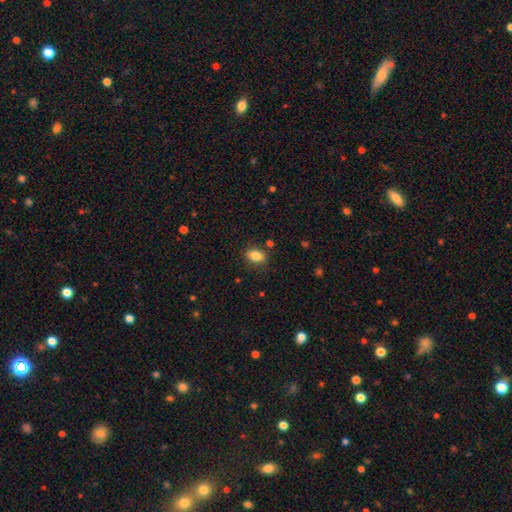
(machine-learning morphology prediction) Overall: smooth (84%). How rounded: in between (84%). Merging: none (82%).